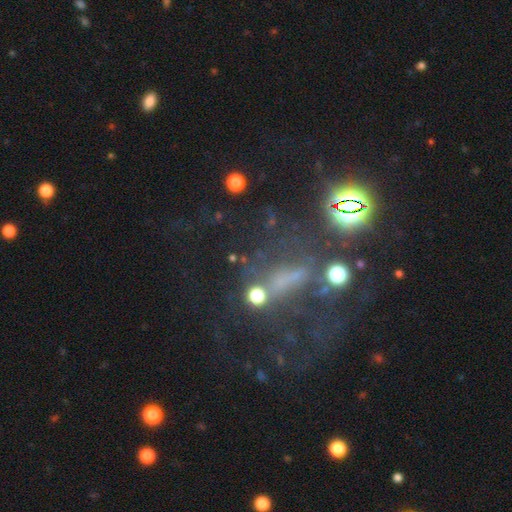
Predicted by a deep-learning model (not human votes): Q: Smooth or featured?
A: star or artifact (45%); runner-up: featured or disk (33%)